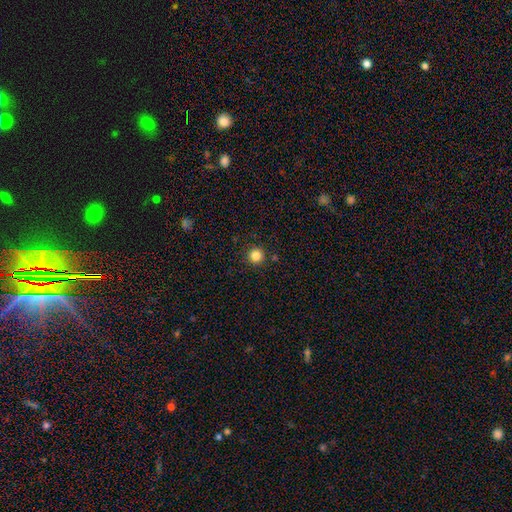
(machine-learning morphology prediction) type=smooth (84%); roundness=round (96%); merging=none (90%).